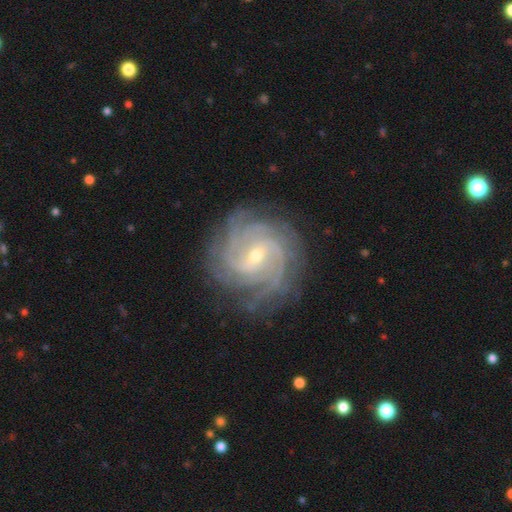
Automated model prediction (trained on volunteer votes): A featured or disk galaxy (91%) with a weak bar (53%), 4 (30%) tight (71%) spiral arms (98%) and a small central bulge (65%).

Vote fractions:
- Smooth or featured? featured or disk: 91% / star or artifact: 5% / smooth: 4%
- Edge-on disk? no: 98% / yes: 2%
- Bar? weak: 53% / no: 24% / strong: 23%
- Spiral arms? yes: 98% / no: 2%
- Spiral winding? tight: 71% / medium: 25% / loose: 4%
- Spiral arm count? 4: 30% / can't tell: 19% / 3: 17% / more than 4: 14% / 2: 12% / 1: 7%
- Bulge size? small: 65% / moderate: 33% / large: 1% / none: 1% / dominant: 1%
- Merging? none: 82% / minor disturbance: 13% / major disturbance: 4% / merger: 1%